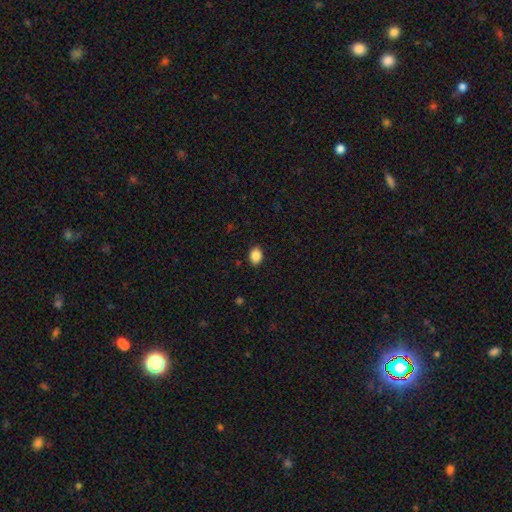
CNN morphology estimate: Smooth or featured?
  - smooth: 87% *
  - star or artifact: 9%
  - featured or disk: 4%
How rounded?
  - in between: 59% *
  - round: 40%
  - cigar-shaped: 1%
Merging?
  - none: 89% *
  - minor disturbance: 8%
  - major disturbance: 2%
  - merger: 1%